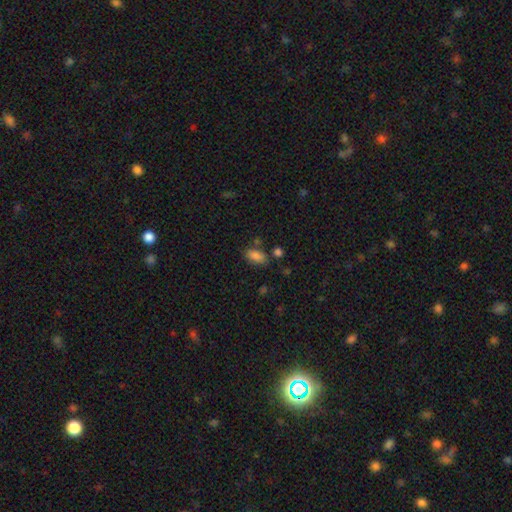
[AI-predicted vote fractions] smooth 85%, star or artifact 9%, featured or disk 5%. Down the decision tree: how rounded — in between (90%); merging — none (72%).